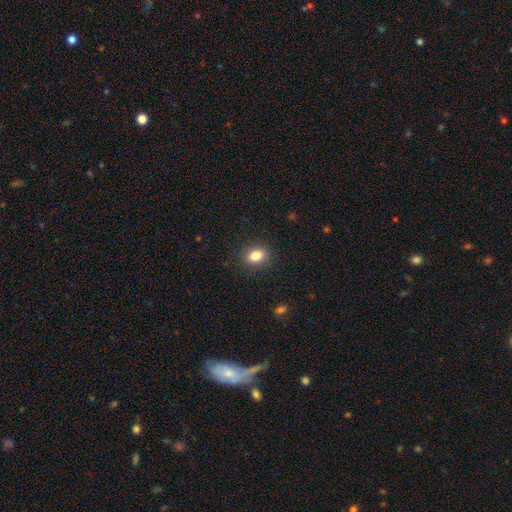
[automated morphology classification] A smooth galaxy with no disk features (84%) that is in between round and cigar-shaped (61%).

Vote fractions:
- Smooth or featured? smooth: 84% / star or artifact: 10% / featured or disk: 7%
- How rounded? in between: 61% / round: 38% / cigar-shaped: 1%
- Merging? none: 88% / minor disturbance: 8% / major disturbance: 2% / merger: 1%